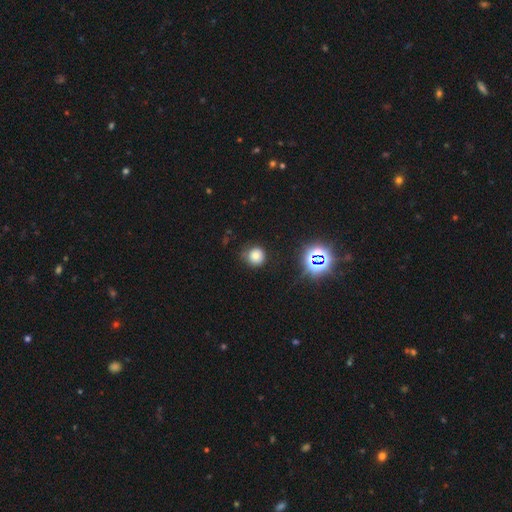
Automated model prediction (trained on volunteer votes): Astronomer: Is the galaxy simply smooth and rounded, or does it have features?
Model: smooth — 71%.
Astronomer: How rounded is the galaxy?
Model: round — 91%.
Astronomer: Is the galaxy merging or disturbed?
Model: none — 74%.